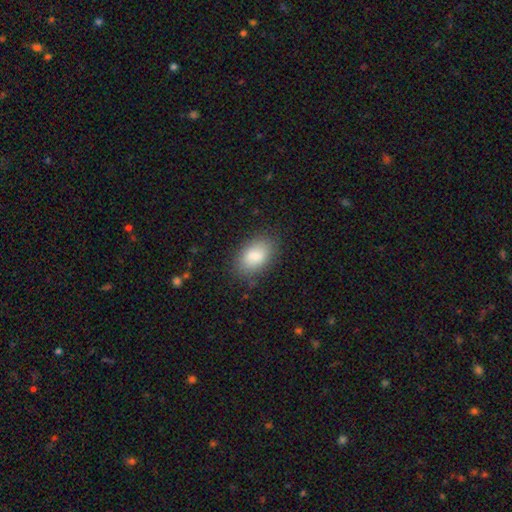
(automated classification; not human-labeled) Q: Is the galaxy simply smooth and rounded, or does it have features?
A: smooth — 85%.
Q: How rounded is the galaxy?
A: in between — 90%.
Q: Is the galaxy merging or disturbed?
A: none — 80%.